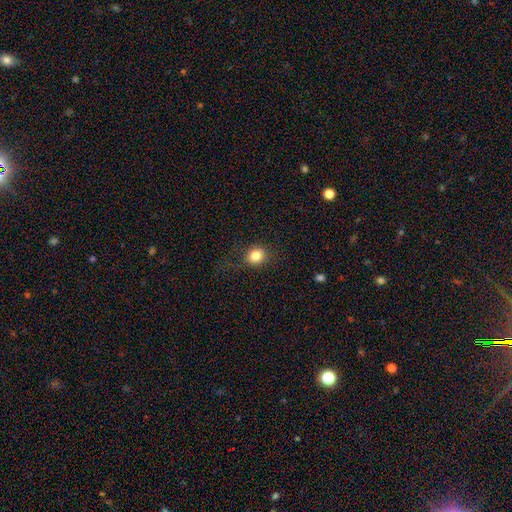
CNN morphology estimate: smooth 82%, star or artifact 11%, featured or disk 7%. Down the decision tree: how rounded — round (76%); merging — none (79%).